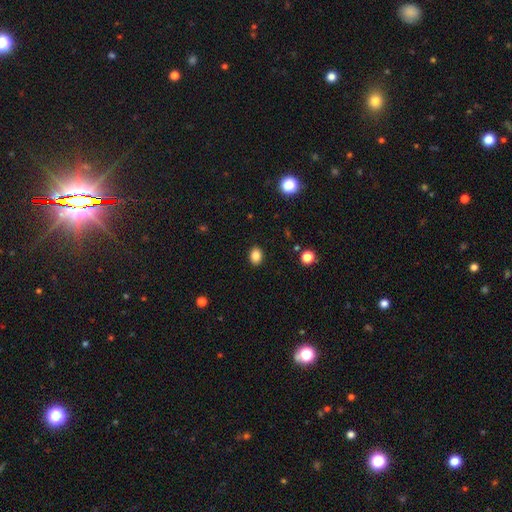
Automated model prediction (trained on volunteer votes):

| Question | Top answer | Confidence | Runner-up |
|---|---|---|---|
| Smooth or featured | smooth | 86% | star or artifact (10%) |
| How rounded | in between | 67% | round (32%) |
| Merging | none | 90% | minor disturbance (7%) |